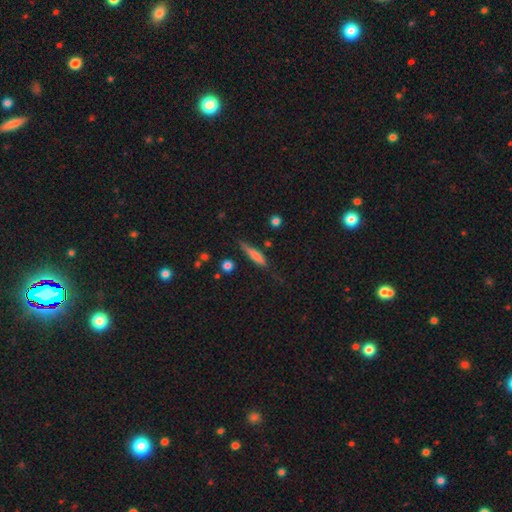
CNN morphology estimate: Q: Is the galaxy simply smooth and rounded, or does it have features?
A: smooth — 63%.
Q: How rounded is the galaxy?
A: cigar-shaped — 84%.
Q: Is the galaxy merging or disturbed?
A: none — 68%.